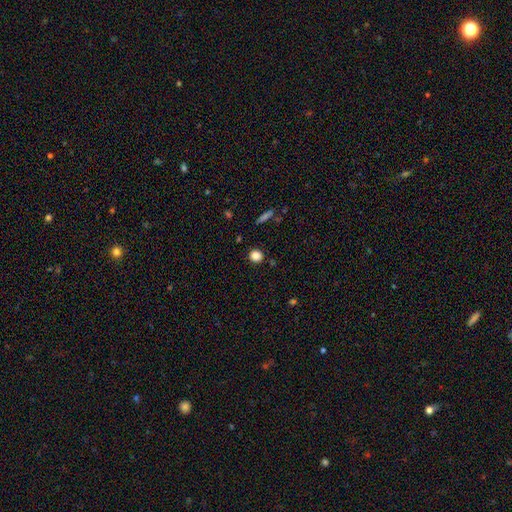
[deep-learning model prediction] Overall: smooth (85%). How rounded: round (80%). Merging: none (88%).